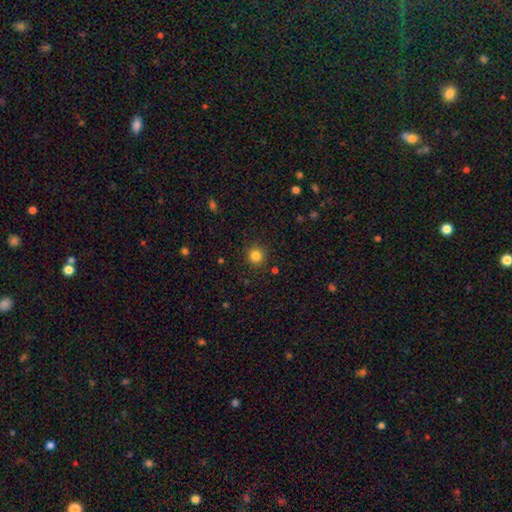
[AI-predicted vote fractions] A smooth galaxy with no disk features (84%) that is round (93%). Merging: none (89%).